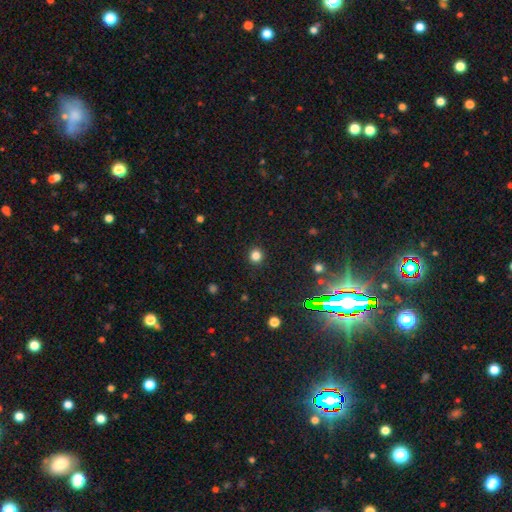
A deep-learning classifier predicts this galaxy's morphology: A smooth galaxy with no disk features (81%) that is round (91%).

Vote fractions:
- Smooth or featured? smooth: 81% / star or artifact: 15% / featured or disk: 4%
- How rounded? round: 91% / in between: 8% / cigar-shaped: 1%
- Merging? none: 91% / minor disturbance: 5% / major disturbance: 2% / merger: 1%